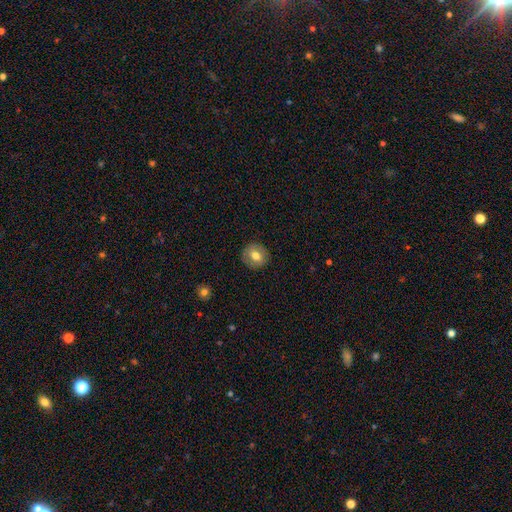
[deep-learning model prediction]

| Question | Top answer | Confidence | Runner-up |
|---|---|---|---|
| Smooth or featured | smooth | 70% | featured or disk (22%) |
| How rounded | round | 85% | in between (14%) |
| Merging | none | 89% | minor disturbance (8%) |